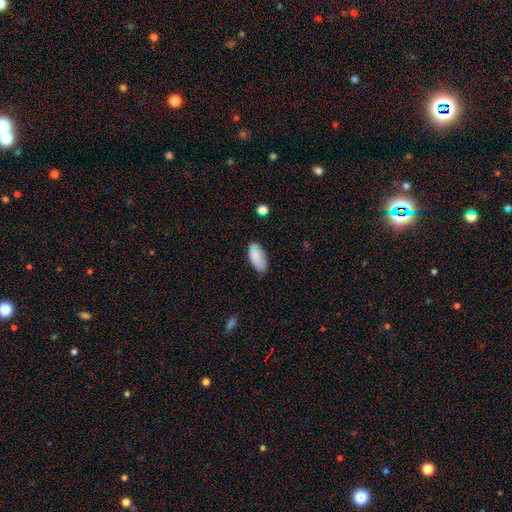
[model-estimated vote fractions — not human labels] This appears to be a smooth galaxy with no disk features (83%) that is in between round and cigar-shaped (92%). Merging: none (65%).